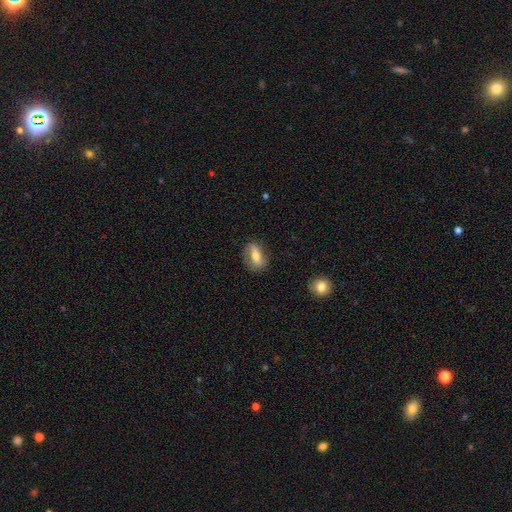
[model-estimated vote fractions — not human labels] smooth_or_featured: smooth (p=0.51) [alt: featured or disk p=0.42]
how_rounded: in between (p=0.74) [alt: round p=0.13]
merging: none (p=0.76) [alt: minor disturbance p=0.17]